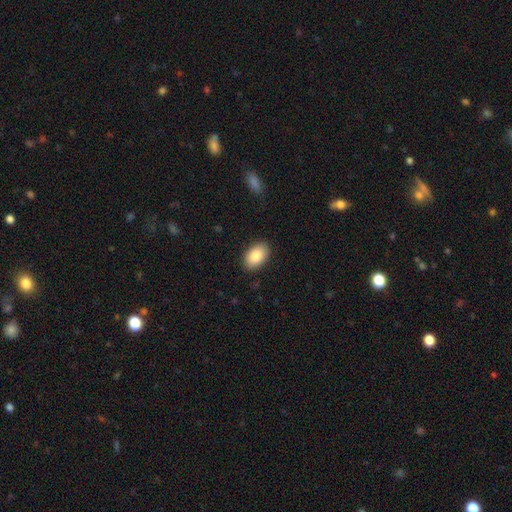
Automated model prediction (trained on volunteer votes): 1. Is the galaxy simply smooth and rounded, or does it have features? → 86% smooth, 7% featured or disk, 7% star or artifact.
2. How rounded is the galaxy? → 92% in between, 7% round, 1% cigar-shaped.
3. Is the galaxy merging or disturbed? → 88% none, 9% minor disturbance, 2% major disturbance, 1% merger.